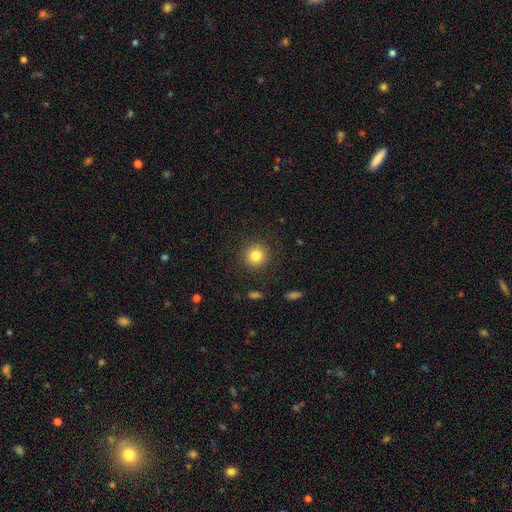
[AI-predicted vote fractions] This appears to be a smooth galaxy with no disk features (81%) that is round (94%). Merging: none (90%).